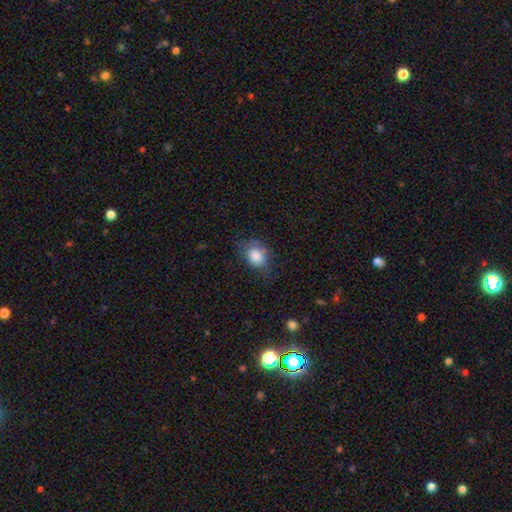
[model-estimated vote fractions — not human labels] This appears to be a smooth galaxy with no disk features (83%) that is in between round and cigar-shaped (58%). Merging: none (57%).